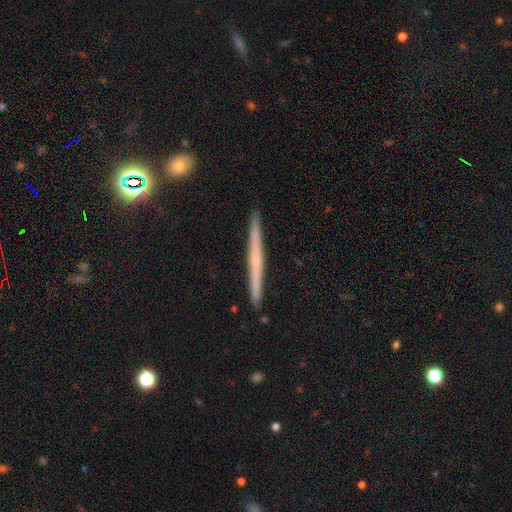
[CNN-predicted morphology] Q: Smooth or featured?
A: featured or disk (58%); runner-up: smooth (34%)
Q: Edge-on disk?
A: yes (98%); runner-up: no (2%)
Q: Edge-on bulge?
A: none (76%); runner-up: rounded (19%)
Q: Merging?
A: none (91%); runner-up: minor disturbance (6%)